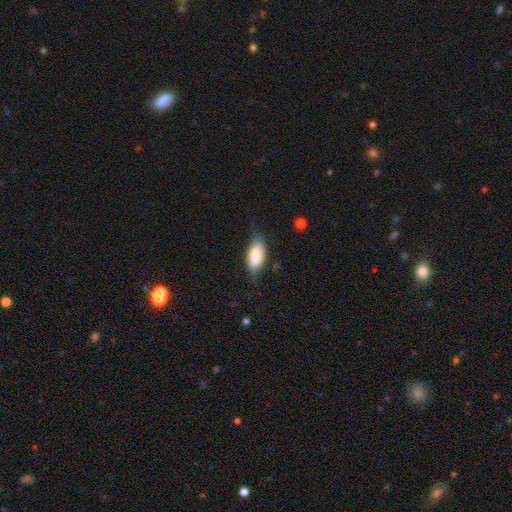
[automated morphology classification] type=smooth (70%); roundness=in between (89%); merging=none (55%).